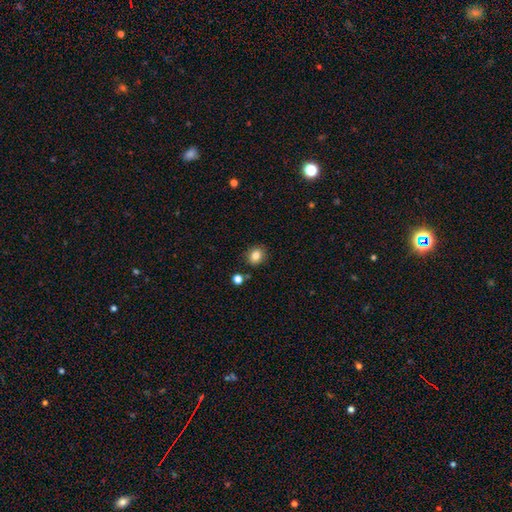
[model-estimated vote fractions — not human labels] This appears to be a smooth galaxy with no disk features (83%) that is round (64%). Merging: none (85%).